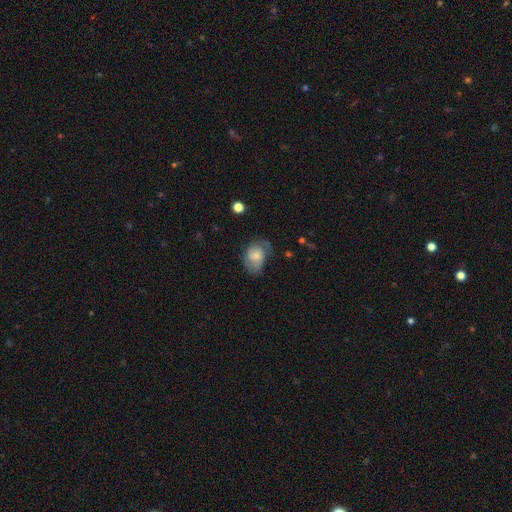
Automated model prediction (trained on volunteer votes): Overall: smooth (58%; featured or disk 34%). How rounded: in between (67%; round 31%). Merging: none (46%; minor disturbance 32%).